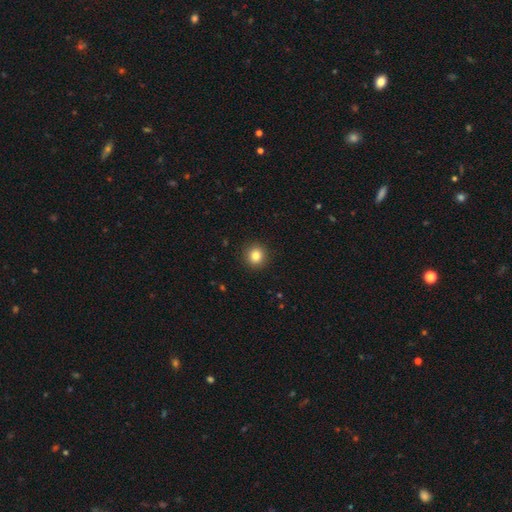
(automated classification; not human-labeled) A smooth galaxy with no disk features (83%) that is round (91%). Merging: none (92%).